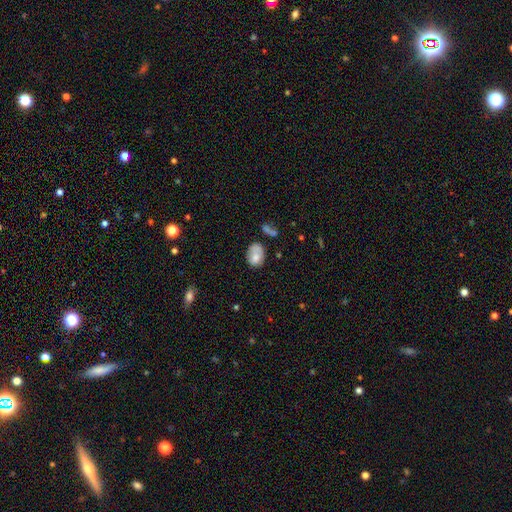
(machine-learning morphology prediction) This appears to be a smooth galaxy with no disk features (74%) that is in between round and cigar-shaped (71%). Merging: none (42%).